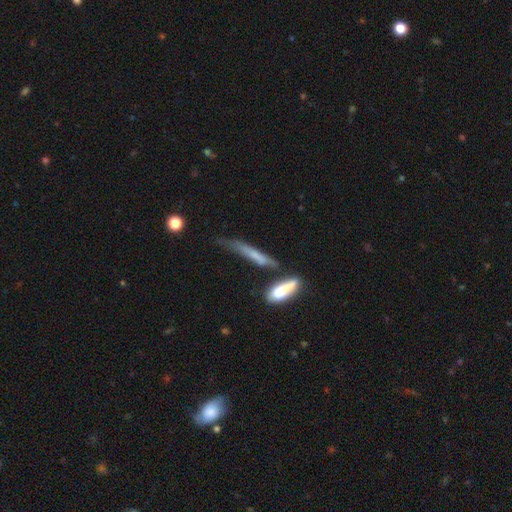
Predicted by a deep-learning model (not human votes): smooth-or-featured: smooth: 59% | featured or disk: 33% | star or artifact: 9%
  how-rounded: cigar-shaped: 86% | in between: 11% | round: 3%
  merging: none: 36% | minor disturbance: 26% | merger: 22% | major disturbance: 17%